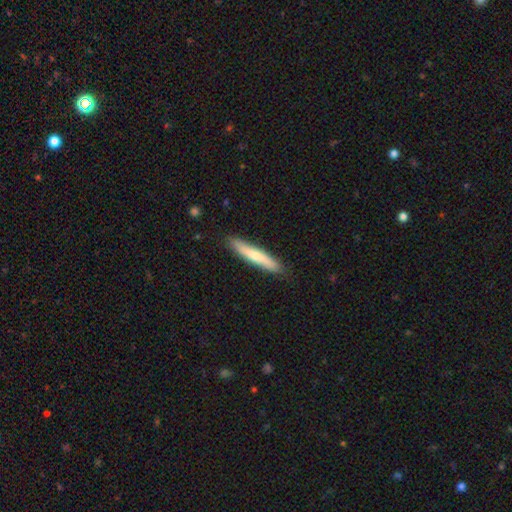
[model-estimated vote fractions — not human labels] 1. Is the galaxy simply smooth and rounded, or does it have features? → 68% smooth, 27% featured or disk, 5% star or artifact.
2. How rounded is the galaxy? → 92% cigar-shaped, 6% in between, 1% round.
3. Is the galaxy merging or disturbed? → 88% none, 10% minor disturbance, 2% major disturbance, 1% merger.